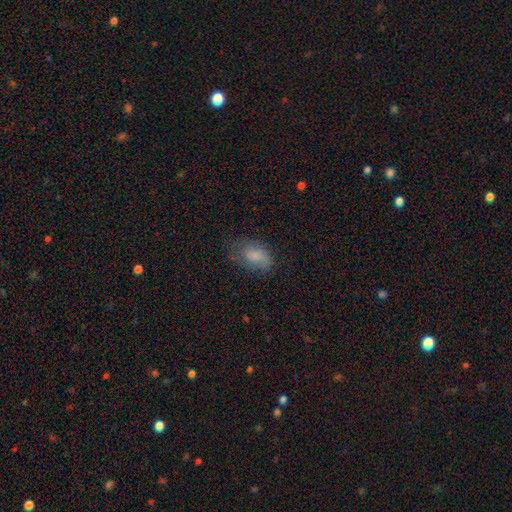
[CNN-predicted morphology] Overall: smooth (72%). How rounded: in between (87%). Merging: none (57%; minor disturbance 28%).